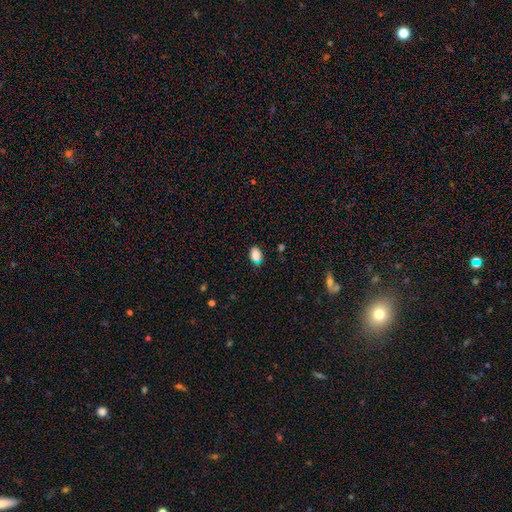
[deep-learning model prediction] This appears to be a smooth galaxy with no disk features (84%) that is in between round and cigar-shaped (81%). Merging: none (70%).